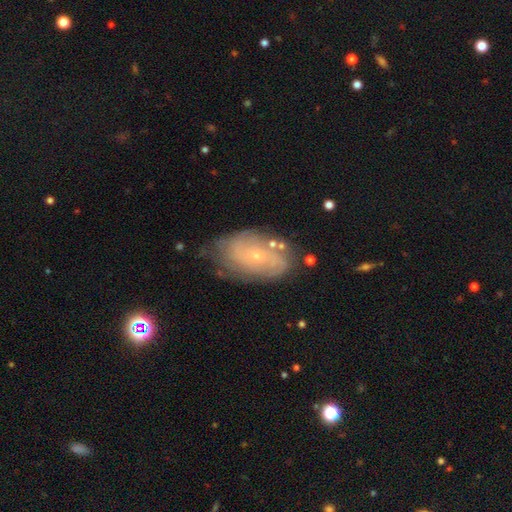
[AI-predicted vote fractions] This is likely a featured or disk galaxy (66%). It is clearly not viewed edge-on (94%). Bar: likely no (78%). Spiral arm pattern: likely yes (77%). Central bulge: clearly small (83%). Merging: likely none (62%).